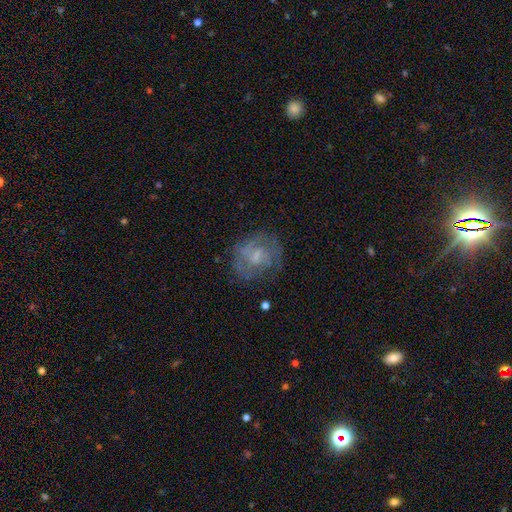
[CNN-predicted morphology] Q: Smooth or featured?
A: featured or disk (58%); runner-up: smooth (32%)
Q: Edge-on disk?
A: no (97%); runner-up: yes (3%)
Q: Bar?
A: no (53%); runner-up: weak (40%)
Q: Spiral arms?
A: yes (58%); runner-up: no (42%)
Q: Bulge size?
A: small (36%); runner-up: moderate (33%)
Q: Merging?
A: none (63%); runner-up: minor disturbance (21%)